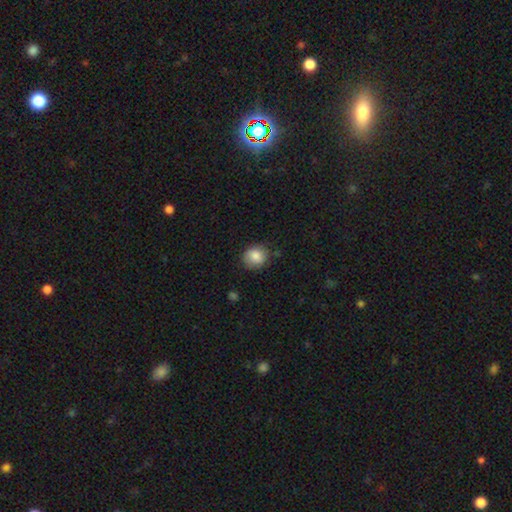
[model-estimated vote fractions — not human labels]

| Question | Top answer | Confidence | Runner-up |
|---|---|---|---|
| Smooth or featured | smooth | 84% | featured or disk (8%) |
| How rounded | round | 76% | in between (23%) |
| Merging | none | 79% | minor disturbance (16%) |